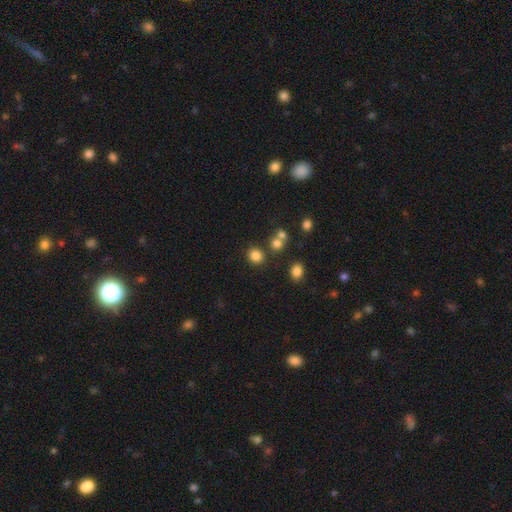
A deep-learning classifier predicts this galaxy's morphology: Q: Smooth or featured?
A: smooth (82%); runner-up: star or artifact (13%)
Q: How rounded?
A: round (78%); runner-up: in between (21%)
Q: Merging?
A: none (78%); runner-up: merger (10%)